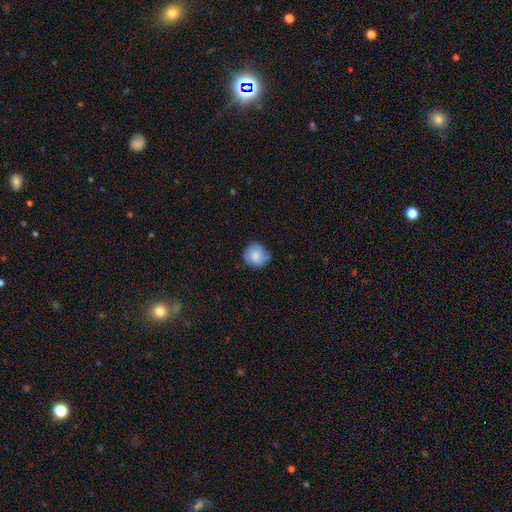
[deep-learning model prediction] This is clearly a smooth galaxy (80%). How rounded: clearly round (89%). Merging: likely none (72%).